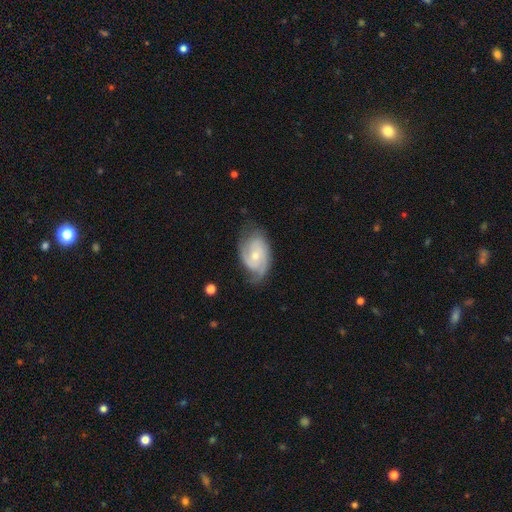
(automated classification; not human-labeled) A featured or disk galaxy (80%) with no bar (66%), 2 (55%) tight (45%) spiral arms (94%) and a small central bulge (57%).

Vote fractions:
- Smooth or featured? featured or disk: 80% / smooth: 15% / star or artifact: 5%
- Edge-on disk? no: 96% / yes: 4%
- Bar? no: 66% / weak: 29% / strong: 5%
- Spiral arms? yes: 94% / no: 6%
- Spiral winding? tight: 45% / medium: 41% / loose: 14%
- Spiral arm count? 2: 55% / can't tell: 17% / 3: 14% / 1: 10% / 4: 3% / more than 4: 2%
- Bulge size? small: 57% / moderate: 39% / none: 2% / large: 2% / dominant: 1%
- Merging? none: 61% / minor disturbance: 26% / major disturbance: 11% / merger: 2%